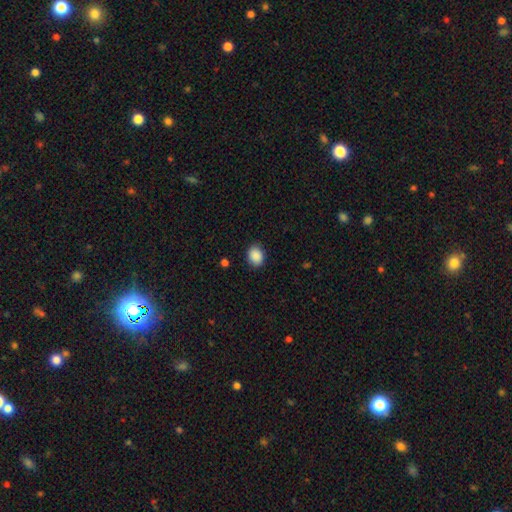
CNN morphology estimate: type=smooth (89%); roundness=in between (55%); merging=none (87%).